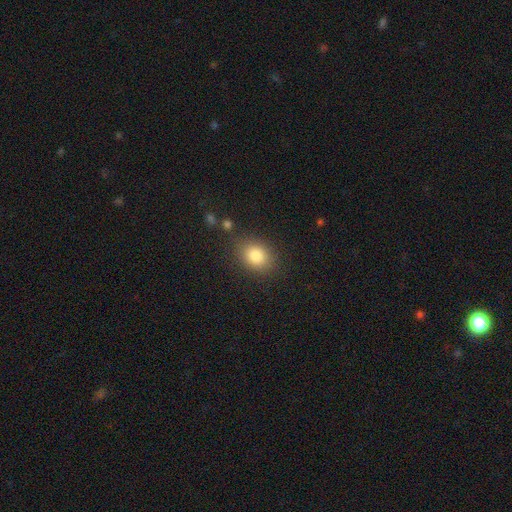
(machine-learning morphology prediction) This appears to be a smooth galaxy with no disk features (83%) that is in between round and cigar-shaped (52%). Merging: none (81%).